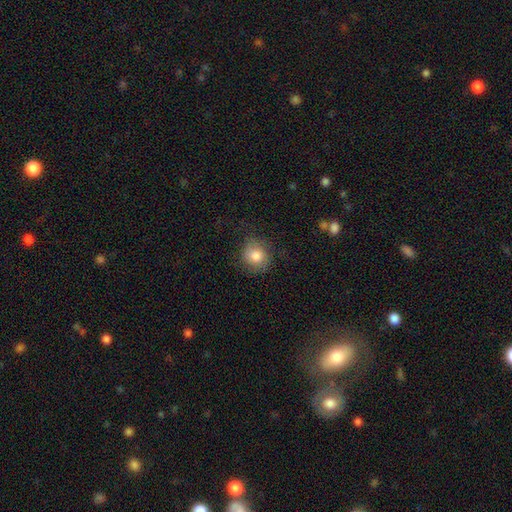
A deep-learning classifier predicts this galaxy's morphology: Overall: smooth (81%). How rounded: round (83%). Merging: none (73%).